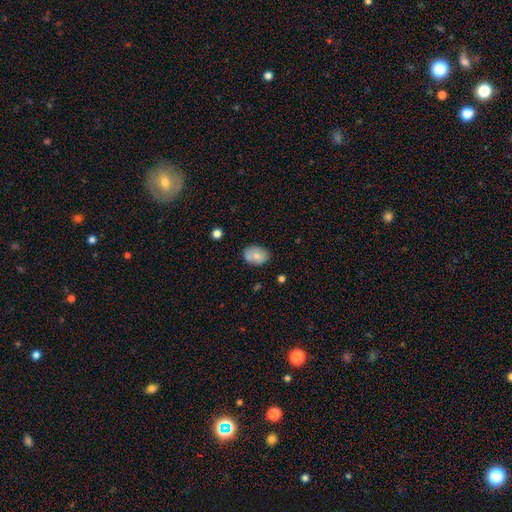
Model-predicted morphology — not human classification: The model was most divided on "merging": none: 69%, minor disturbance: 19%, merger: 8%, major disturbance: 4%. More confident: how rounded — in between (79%); smooth or featured — smooth (75%).